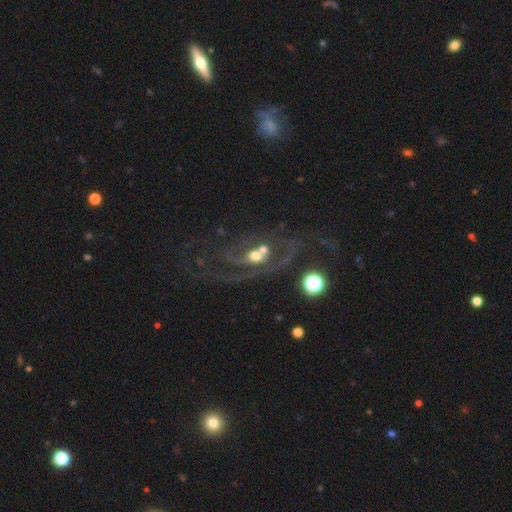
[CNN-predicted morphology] smooth-or-featured: featured or disk: 66% | smooth: 22% | star or artifact: 13%
  disk-edge-on: no: 95% | yes: 5%
    bar: no: 73% | weak: 20% | strong: 8%
    has-spiral-arms: yes: 70% | no: 30%
    bulge-size: moderate: 58% | small: 18% | large: 16% | none: 4% | dominant: 3%
  merging: merger: 37% | none: 29% | major disturbance: 21% | minor disturbance: 13%